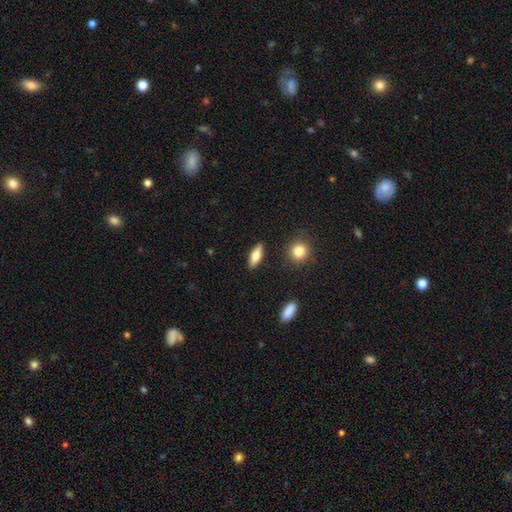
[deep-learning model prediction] A smooth galaxy with no disk features (69%) that is in between round and cigar-shaped (59%).

Vote fractions:
- Smooth or featured? smooth: 69% / featured or disk: 24% / star or artifact: 7%
- How rounded? in between: 59% / cigar-shaped: 37% / round: 4%
- Merging? none: 89% / minor disturbance: 8% / major disturbance: 2% / merger: 2%